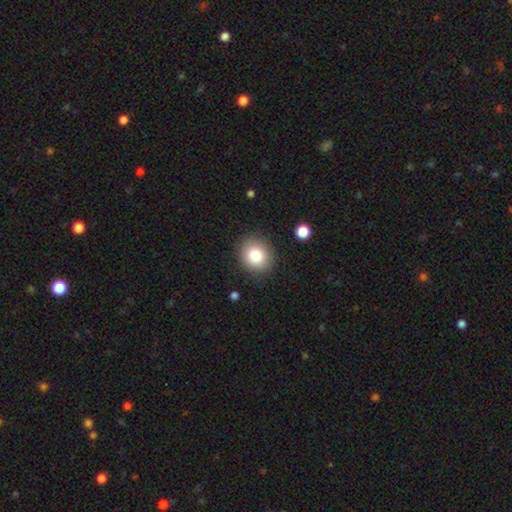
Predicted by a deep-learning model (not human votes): smooth 84%, star or artifact 9%, featured or disk 7%. Down the decision tree: how rounded — round (77%); merging — none (87%).